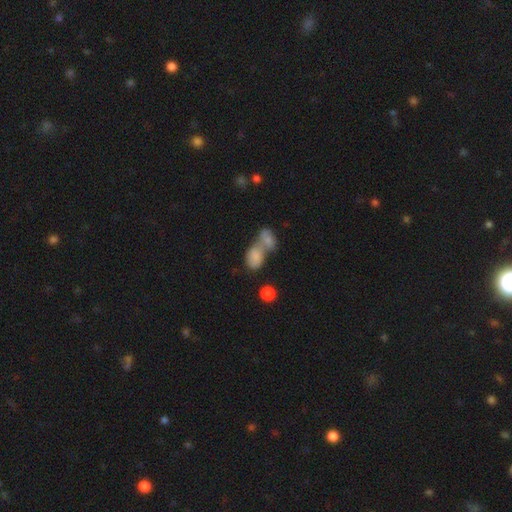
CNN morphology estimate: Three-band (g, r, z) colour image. It shows a smooth galaxy with no disk features (76%) that is in between round and cigar-shaped (84%). Merging: merger (70%).